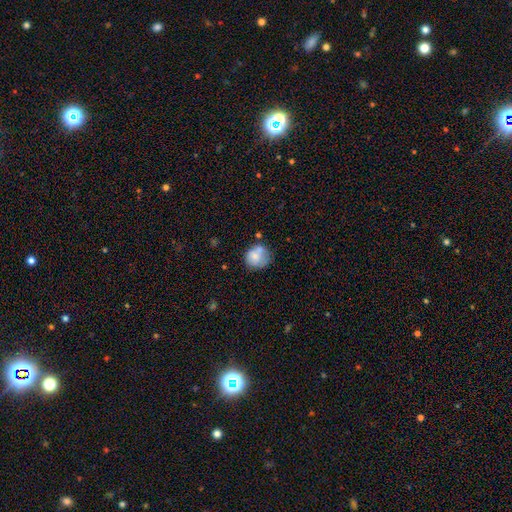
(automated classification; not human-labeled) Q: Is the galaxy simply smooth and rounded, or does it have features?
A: smooth — 73%.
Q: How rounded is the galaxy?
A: round — 78%.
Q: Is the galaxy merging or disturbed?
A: none — 51%.